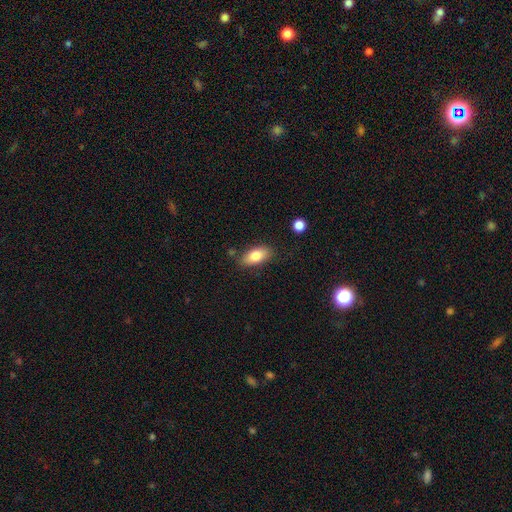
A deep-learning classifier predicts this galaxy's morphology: smooth_or_featured: smooth (p=0.81) [alt: featured or disk p=0.12]
how_rounded: in between (p=0.89) [alt: cigar-shaped p=0.07]
merging: none (p=0.80) [alt: minor disturbance p=0.14]